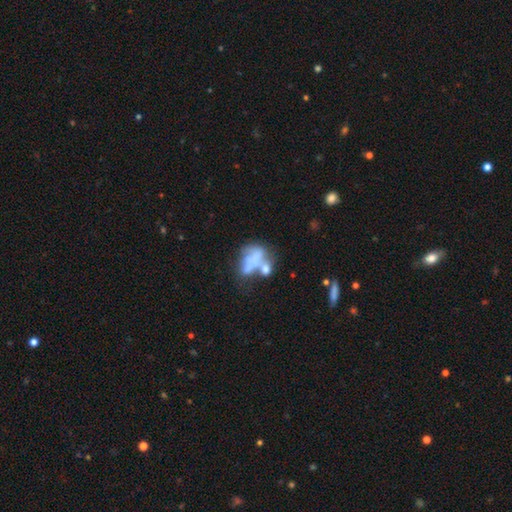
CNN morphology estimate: This appears to be a featured or disk galaxy (45%). Merging: merger (39%).